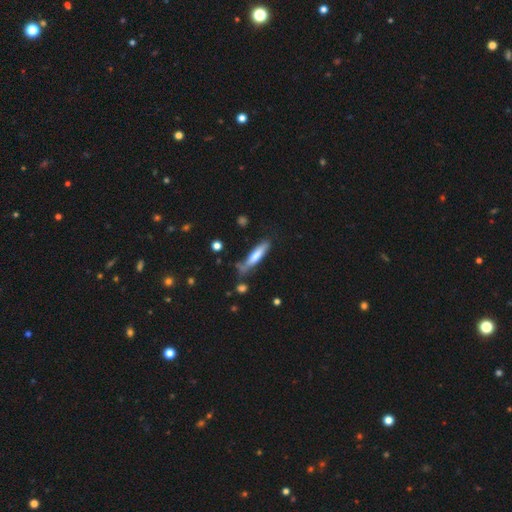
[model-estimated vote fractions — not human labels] This is likely a smooth galaxy (63%). How rounded: clearly cigar-shaped (82%). Merging: possibly none (58%).